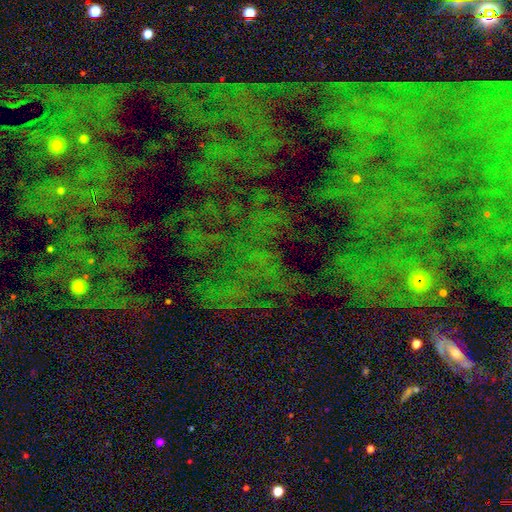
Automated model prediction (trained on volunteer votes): Overall: star or artifact (78%).